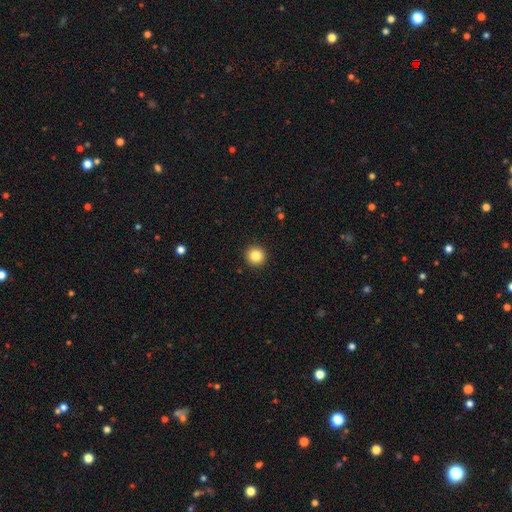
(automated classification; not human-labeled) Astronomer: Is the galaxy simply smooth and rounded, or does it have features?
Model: smooth — 84%.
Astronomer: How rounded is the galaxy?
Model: round — 95%.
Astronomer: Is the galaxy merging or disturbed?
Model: none — 93%.